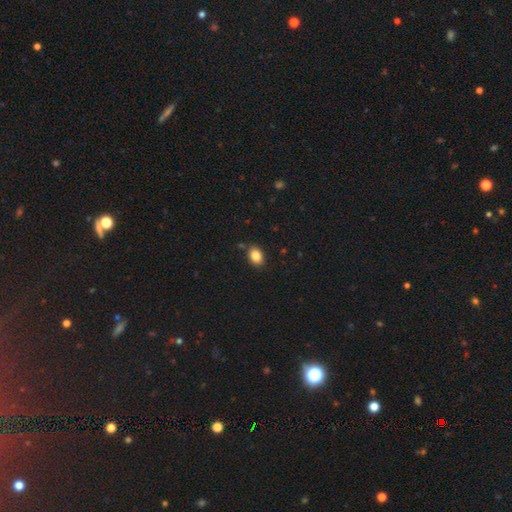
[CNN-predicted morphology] This appears to be a smooth galaxy with no disk features (86%) that is in between round and cigar-shaped (75%). Merging: none (85%).